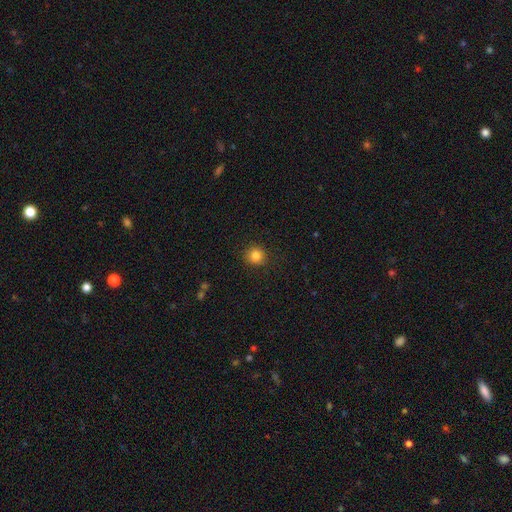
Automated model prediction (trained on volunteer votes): This is clearly a smooth galaxy (84%). How rounded: clearly round (91%). Merging: clearly none (90%).